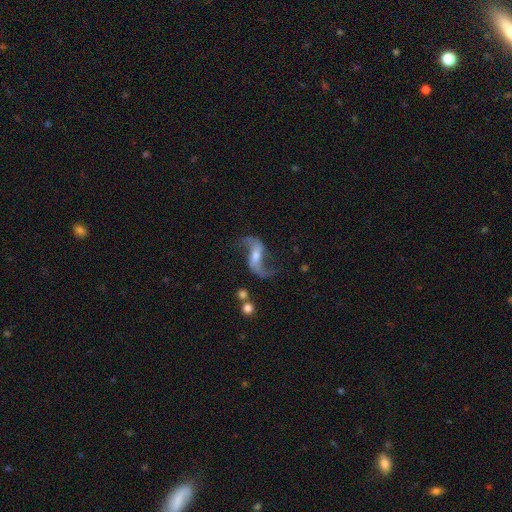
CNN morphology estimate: smooth_or_featured: featured or disk (p=0.88) [alt: smooth p=0.07]
disk_edge_on: no (p=0.95) [alt: yes p=0.05]
bar: weak (p=0.42) [alt: strong p=0.33]
has_spiral_arms: yes (p=0.96) [alt: no p=0.04]
spiral_winding: loose (p=0.90) [alt: medium p=0.08]
spiral_arm_count: 2 (p=0.94) [alt: 1 p=0.02]
bulge_size: moderate (p=0.48) [alt: small p=0.32]
merging: none (p=0.71) [alt: minor disturbance p=0.14]